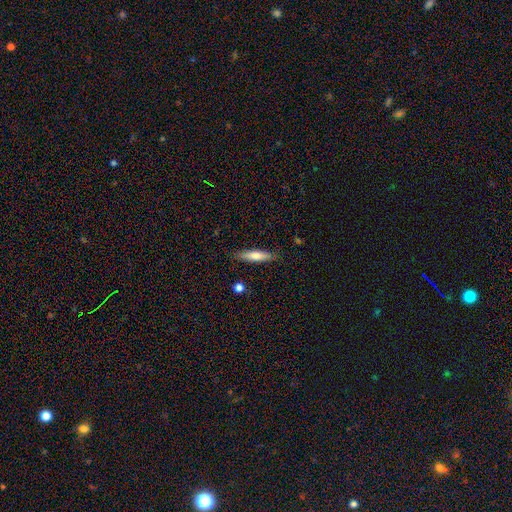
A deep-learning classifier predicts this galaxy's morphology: smooth_or_featured: smooth (p=0.66) [alt: featured or disk p=0.28]
how_rounded: cigar-shaped (p=0.78) [alt: in between p=0.20]
merging: none (p=0.87) [alt: minor disturbance p=0.10]